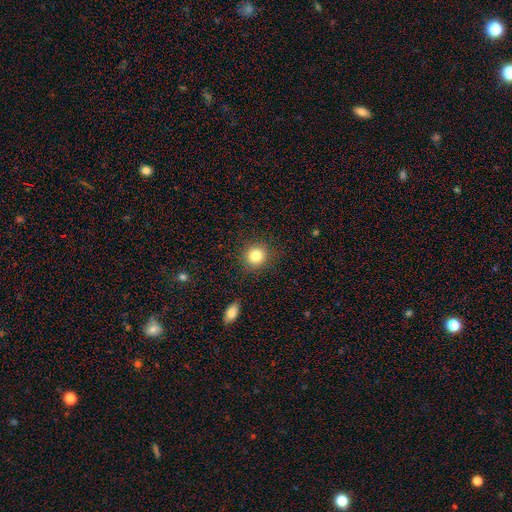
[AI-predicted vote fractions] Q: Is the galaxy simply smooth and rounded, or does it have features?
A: smooth — 83%.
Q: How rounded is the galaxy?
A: round — 88%.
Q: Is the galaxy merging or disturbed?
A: none — 87%.